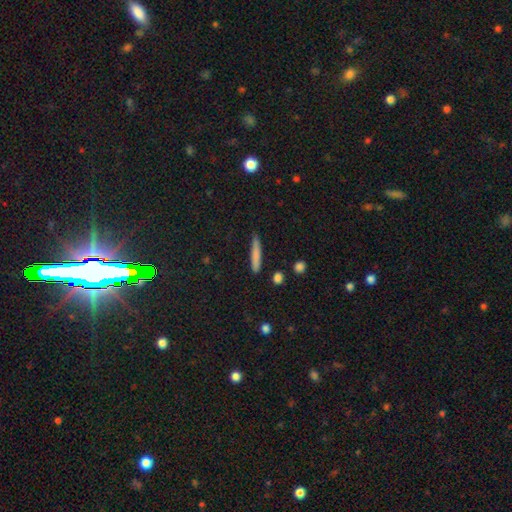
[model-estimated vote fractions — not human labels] Smooth or featured?
  - smooth: 76% *
  - featured or disk: 17%
  - star or artifact: 7%
How rounded?
  - cigar-shaped: 93% *
  - in between: 5%
  - round: 2%
Merging?
  - none: 83% *
  - minor disturbance: 12%
  - major disturbance: 2%
  - merger: 2%